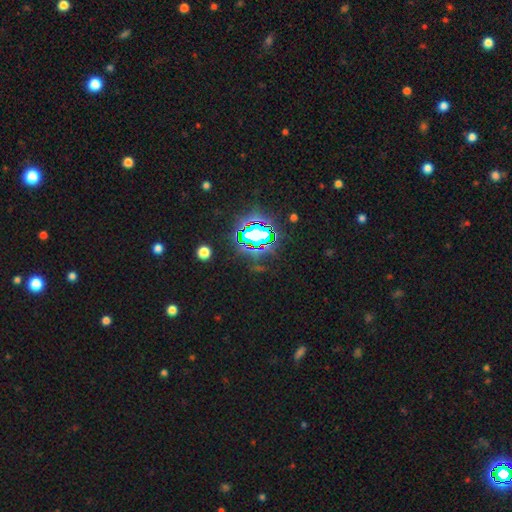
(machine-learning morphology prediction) type=star or artifact (84%).